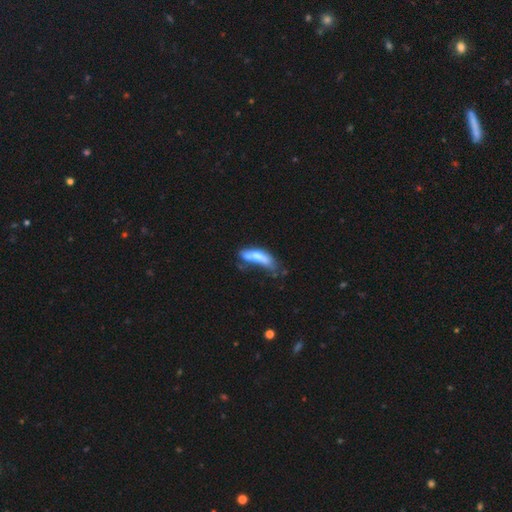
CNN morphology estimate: A smooth galaxy with no disk features (57%) that is cigar-shaped (53%).

Vote fractions:
- Smooth or featured? smooth: 57% / featured or disk: 35% / star or artifact: 9%
- How rounded? cigar-shaped: 53% / in between: 45% / round: 2%
- Merging? major disturbance: 29% / minor disturbance: 25% / none: 24% / merger: 23%